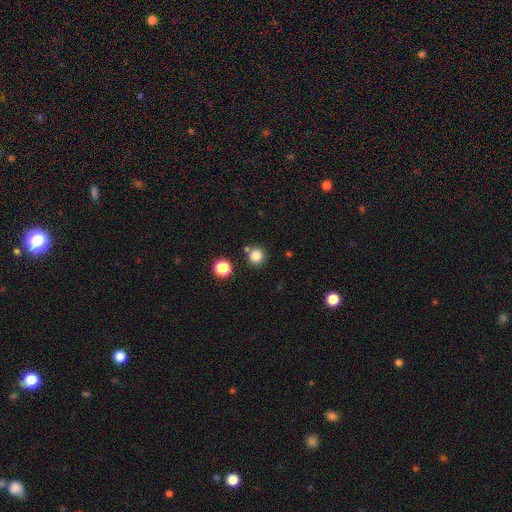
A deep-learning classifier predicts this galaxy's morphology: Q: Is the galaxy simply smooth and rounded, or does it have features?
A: smooth — 83%.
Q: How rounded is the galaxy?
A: round — 95%.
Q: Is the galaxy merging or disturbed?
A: none — 80%.